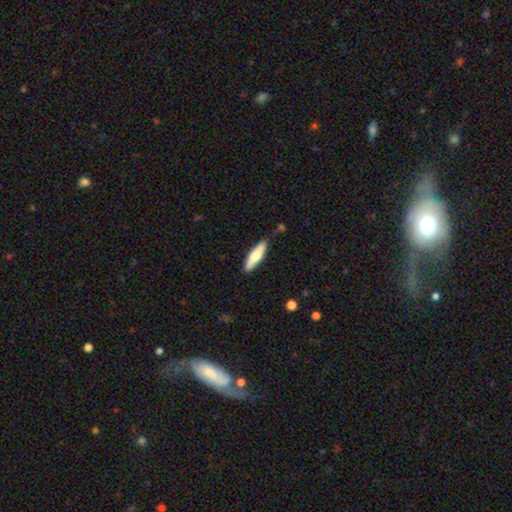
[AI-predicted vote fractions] Smooth or featured?
  - smooth: 69% *
  - featured or disk: 26%
  - star or artifact: 5%
How rounded?
  - cigar-shaped: 62% *
  - in between: 37%
  - round: 2%
Merging?
  - none: 82% *
  - minor disturbance: 13%
  - major disturbance: 2%
  - merger: 2%